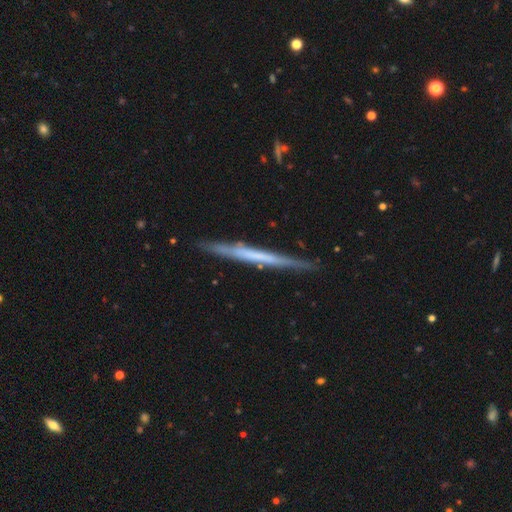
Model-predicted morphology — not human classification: This is likely a featured or disk galaxy (61%). It is clearly viewed edge-on (96%). Edge-on bulge: clearly none (84%). Merging: clearly none (86%).